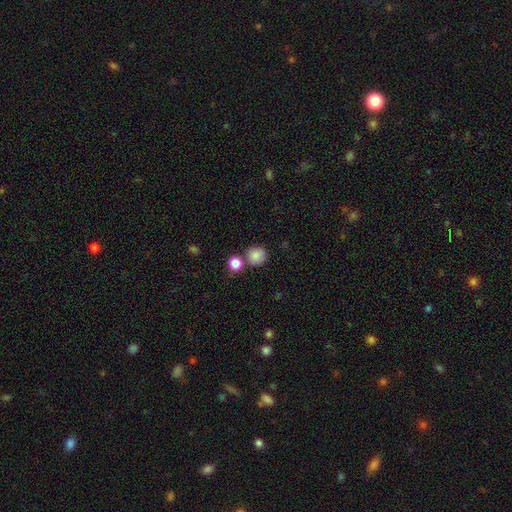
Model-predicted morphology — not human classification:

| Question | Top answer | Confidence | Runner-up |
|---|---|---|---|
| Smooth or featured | smooth | 85% | star or artifact (10%) |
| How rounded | round | 91% | in between (8%) |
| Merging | none | 72% | merger (15%) |